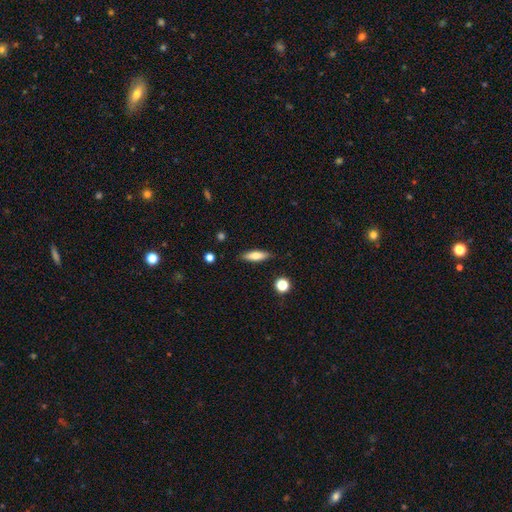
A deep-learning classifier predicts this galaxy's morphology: Smooth or featured?
  - smooth: 70% *
  - featured or disk: 23%
  - star or artifact: 7%
How rounded?
  - cigar-shaped: 58% *
  - in between: 39%
  - round: 2%
Merging?
  - none: 86% *
  - minor disturbance: 10%
  - major disturbance: 2%
  - merger: 2%